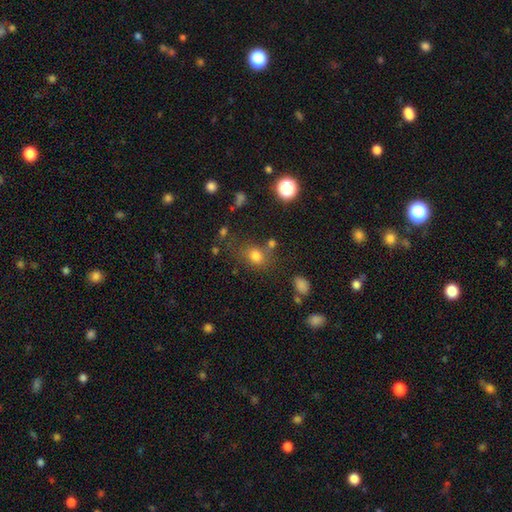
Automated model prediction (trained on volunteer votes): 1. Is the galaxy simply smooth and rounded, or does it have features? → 75% smooth, 16% star or artifact, 9% featured or disk.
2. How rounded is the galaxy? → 56% round, 42% in between, 1% cigar-shaped.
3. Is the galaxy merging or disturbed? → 61% none, 18% minor disturbance, 12% merger, 10% major disturbance.